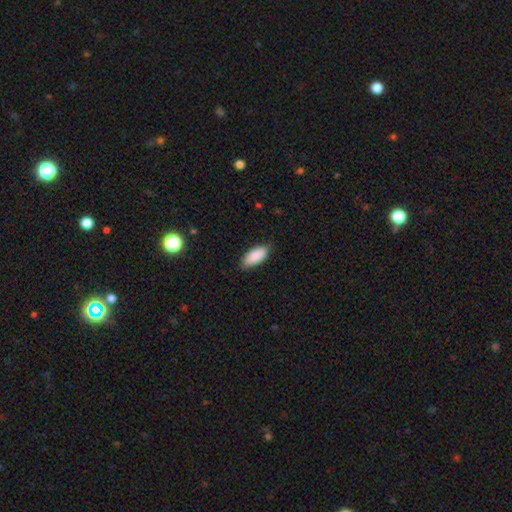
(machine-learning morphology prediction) Q: Smooth or featured?
A: smooth (90%); runner-up: star or artifact (6%)
Q: How rounded?
A: in between (88%); runner-up: cigar-shaped (11%)
Q: Merging?
A: none (81%); runner-up: minor disturbance (16%)